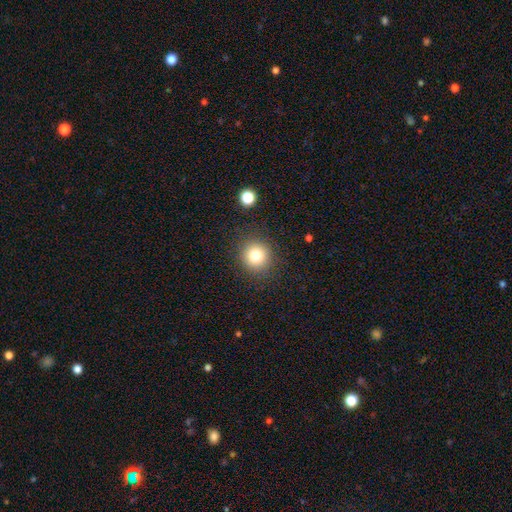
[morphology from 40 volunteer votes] Smooth or featured?
  - smooth: 78% *
  - featured or disk: 12%
  - star or artifact: 10%
How rounded?
  - round: 94% *
  - in between: 6%
  - cigar-shaped: 0%
Merging?
  - none: 97% *
  - minor disturbance: 3%
  - major disturbance: 0%
  - merger: 0%